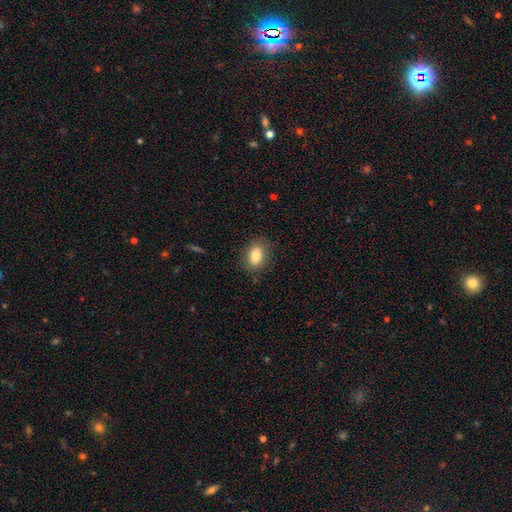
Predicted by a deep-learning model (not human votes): smooth_or_featured: smooth (p=0.81) [alt: featured or disk p=0.10]
how_rounded: in between (p=0.76) [alt: round p=0.22]
merging: none (p=0.83) [alt: minor disturbance p=0.12]